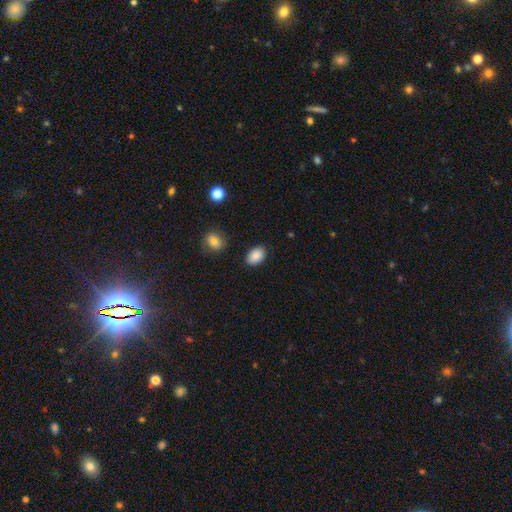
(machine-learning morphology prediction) Smooth or featured?
  - smooth: 88% *
  - star or artifact: 8%
  - featured or disk: 4%
How rounded?
  - in between: 85% *
  - round: 14%
  - cigar-shaped: 1%
Merging?
  - none: 86% *
  - minor disturbance: 9%
  - major disturbance: 3%
  - merger: 2%